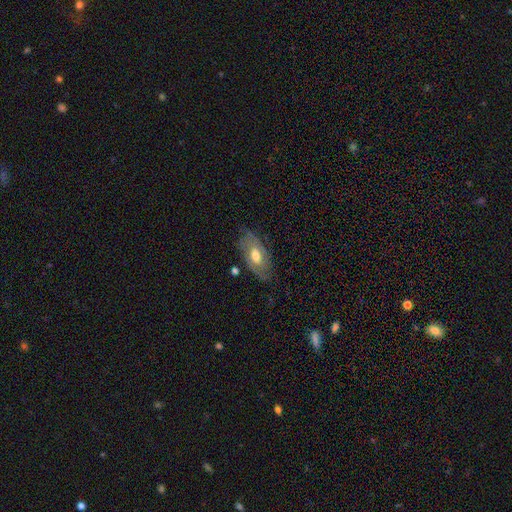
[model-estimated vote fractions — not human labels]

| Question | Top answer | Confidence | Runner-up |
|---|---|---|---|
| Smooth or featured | featured or disk | 60% | smooth (33%) |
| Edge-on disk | no | 87% | yes (13%) |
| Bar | no | 58% | weak (35%) |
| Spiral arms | yes | 71% | no (29%) |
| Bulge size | moderate | 68% | large (20%) |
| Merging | none | 70% | minor disturbance (22%) |